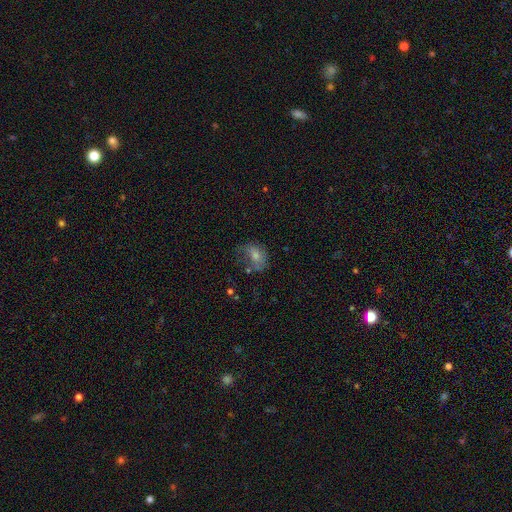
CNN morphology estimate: A smooth galaxy with no disk features (63%) that is in between round and cigar-shaped (71%). Merging: none (39%).